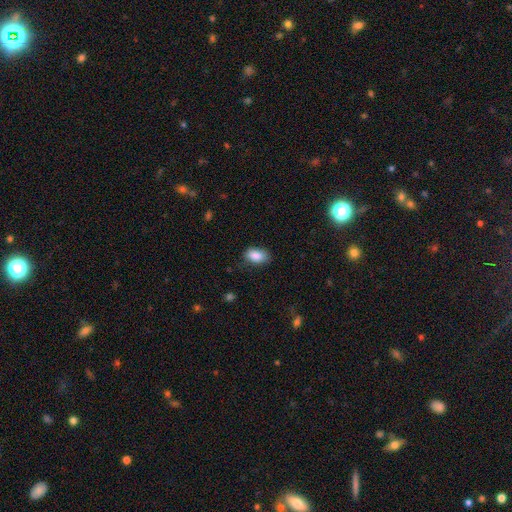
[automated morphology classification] The model was most divided on "merging": none: 76%, minor disturbance: 18%, major disturbance: 4%, merger: 1%. More confident: how rounded — in between (90%); smooth or featured — smooth (87%).